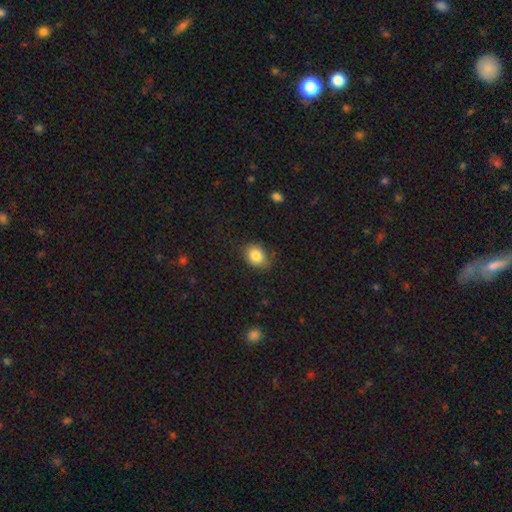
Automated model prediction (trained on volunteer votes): Morphology: type=smooth (83%); roundness=in between (55%); merging=none (74%).